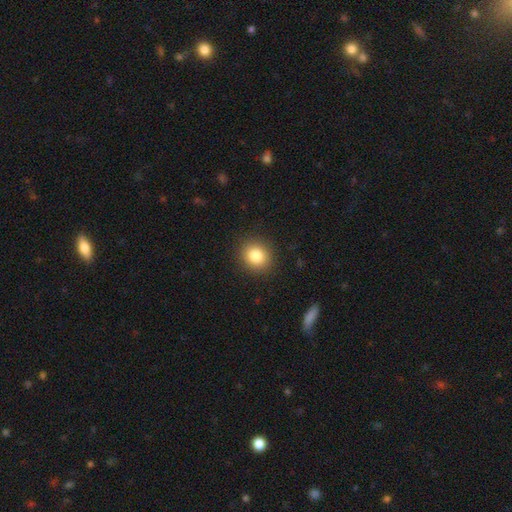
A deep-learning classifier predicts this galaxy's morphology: Smooth or featured? smooth (84%)
How rounded? round (79%)
Merging? none (90%)